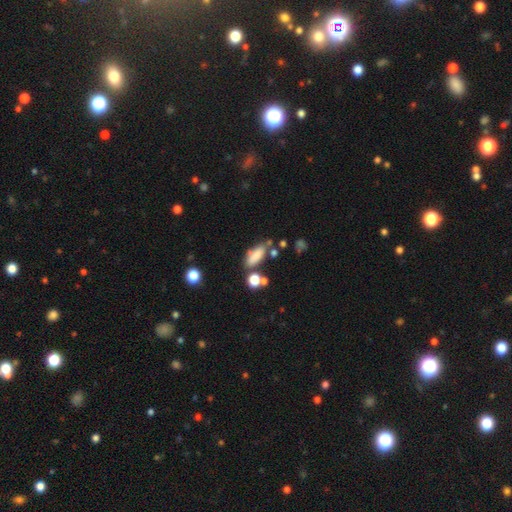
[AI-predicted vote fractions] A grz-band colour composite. It shows a smooth galaxy with no disk features (77%) that is in between round and cigar-shaped (74%). Merging: none (57%).